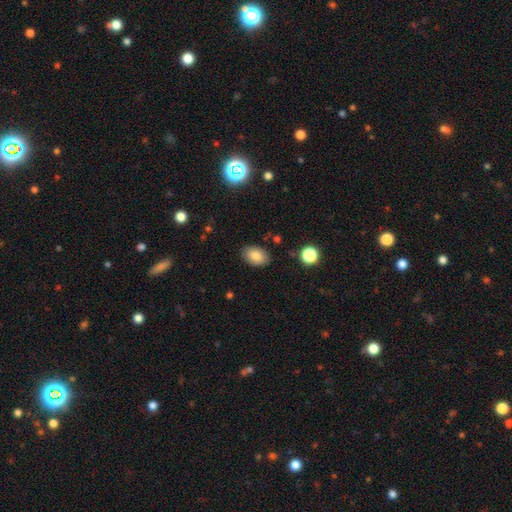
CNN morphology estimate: smooth-or-featured: smooth: 82% | featured or disk: 9% | star or artifact: 9%
  how-rounded: in between: 87% | round: 12% | cigar-shaped: 1%
  merging: none: 85% | minor disturbance: 11% | major disturbance: 3% | merger: 1%